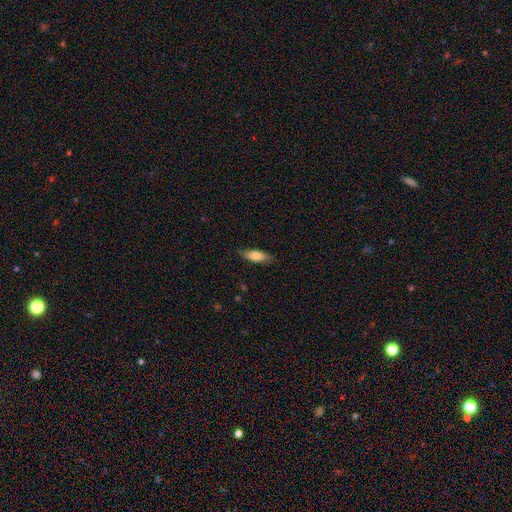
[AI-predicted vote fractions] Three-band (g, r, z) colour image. It shows a smooth galaxy with no disk features (80%) that is in between round and cigar-shaped (67%). Merging: none (82%).